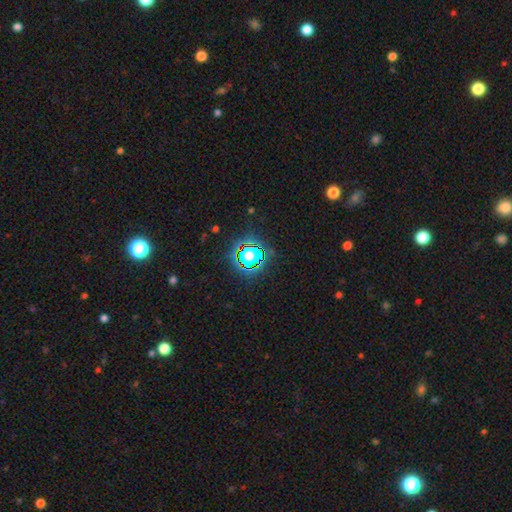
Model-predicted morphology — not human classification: This is clearly a star or artifact rather than a galaxy (80%).